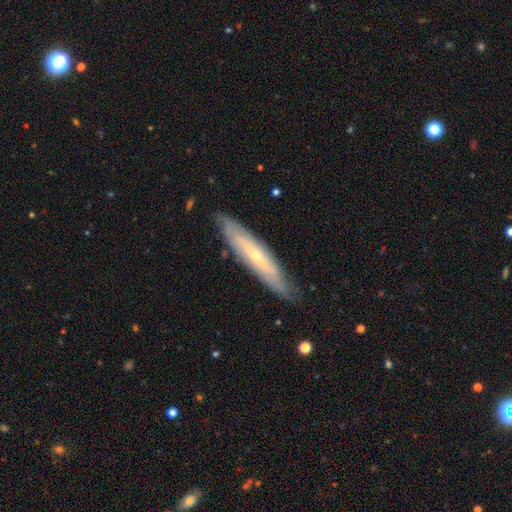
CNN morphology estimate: Smooth or featured? featured or disk (62%)
Edge-on disk? yes (60%)
Merging? none (82%)